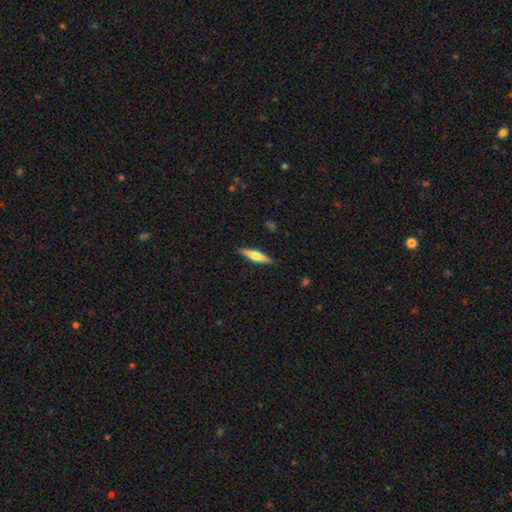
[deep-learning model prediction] This appears to be a featured or disk galaxy (51%) viewed edge-on (95%). Merging: none (89%).